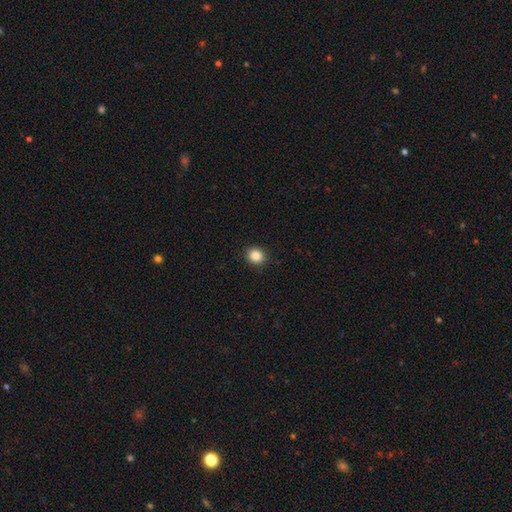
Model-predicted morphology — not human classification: smooth-or-featured: smooth: 86% | star or artifact: 10% | featured or disk: 4%
  how-rounded: round: 80% | in between: 19% | cigar-shaped: 1%
  merging: none: 91% | minor disturbance: 6% | major disturbance: 2% | merger: 1%